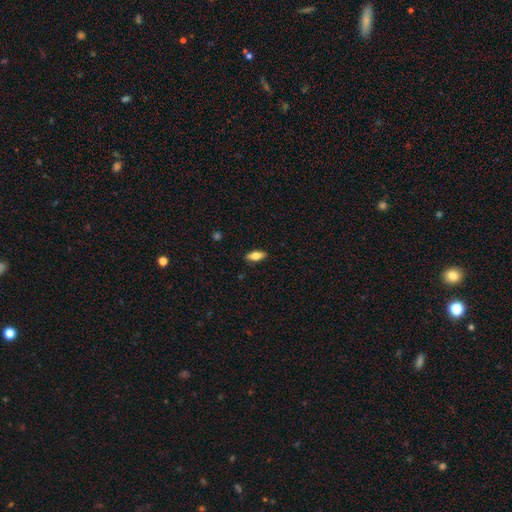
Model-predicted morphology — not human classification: The model was most divided on "smooth or featured": smooth: 73%, featured or disk: 20%, star or artifact: 7%. More confident: merging — none (89%); how rounded — in between (78%).